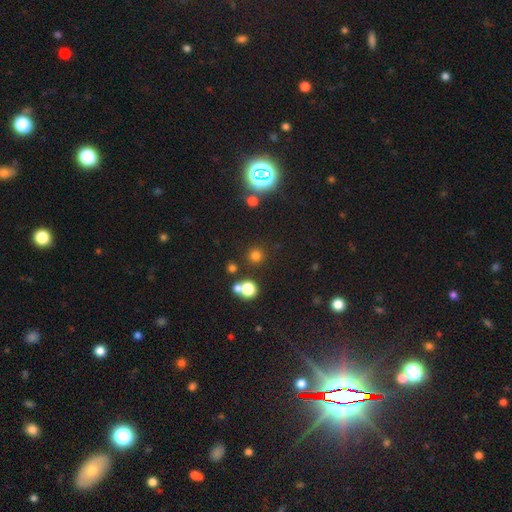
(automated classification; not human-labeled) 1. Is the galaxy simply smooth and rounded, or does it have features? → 70% smooth, 24% star or artifact, 6% featured or disk.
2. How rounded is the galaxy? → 93% round, 5% in between, 1% cigar-shaped.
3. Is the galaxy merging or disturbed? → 83% none, 7% merger, 7% minor disturbance, 3% major disturbance.